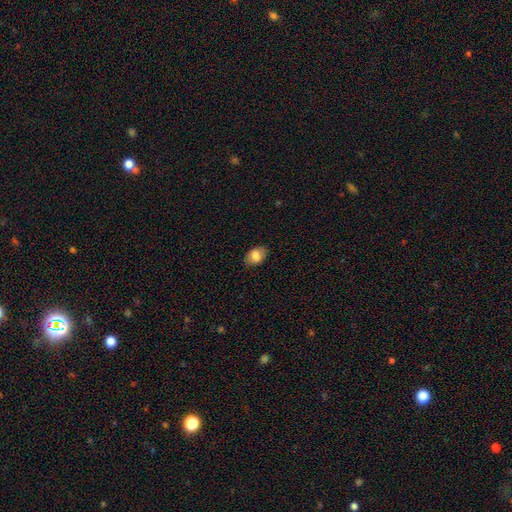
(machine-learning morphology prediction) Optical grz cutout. It shows a smooth galaxy with no disk features (82%) that is in between round and cigar-shaped (84%). Merging: none (86%).